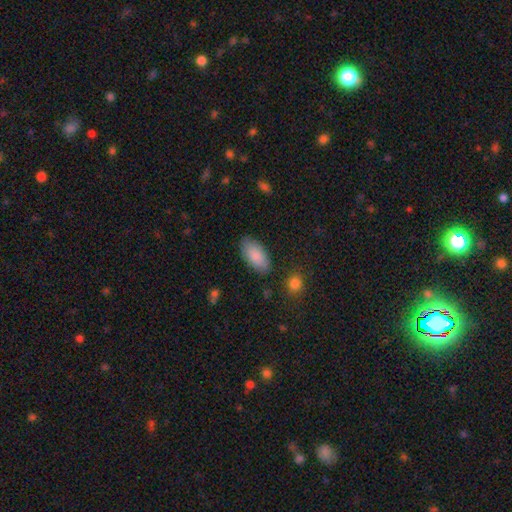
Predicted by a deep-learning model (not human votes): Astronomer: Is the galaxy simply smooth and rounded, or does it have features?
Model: smooth — 87%.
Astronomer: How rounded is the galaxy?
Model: in between — 93%.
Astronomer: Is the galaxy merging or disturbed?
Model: none — 82%.